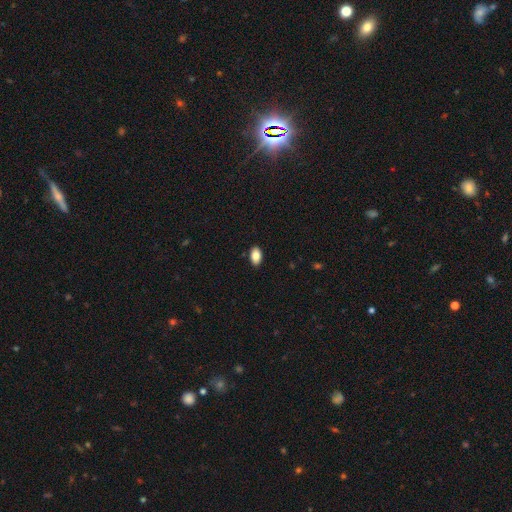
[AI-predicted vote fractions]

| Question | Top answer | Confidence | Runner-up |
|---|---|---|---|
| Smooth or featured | smooth | 85% | star or artifact (8%) |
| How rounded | in between | 91% | round (8%) |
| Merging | none | 89% | minor disturbance (9%) |